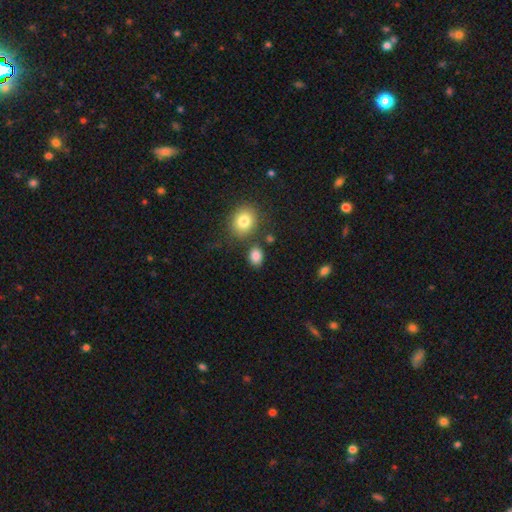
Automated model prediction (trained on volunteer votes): Smooth or featured?
  - smooth: 85% *
  - star or artifact: 10%
  - featured or disk: 5%
How rounded?
  - in between: 60% *
  - round: 38%
  - cigar-shaped: 1%
Merging?
  - none: 77% *
  - minor disturbance: 11%
  - merger: 8%
  - major disturbance: 4%